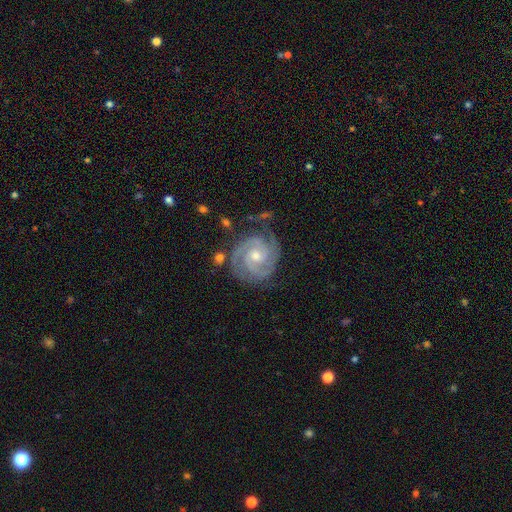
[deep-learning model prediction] Morphology: type=featured or disk (93%); edge-on=no (98%); bar=no (63%); spiral arms=yes (99%); winding=tight (76%); arm count=2 (53%); bulge=moderate (49%); merging=none (74%).